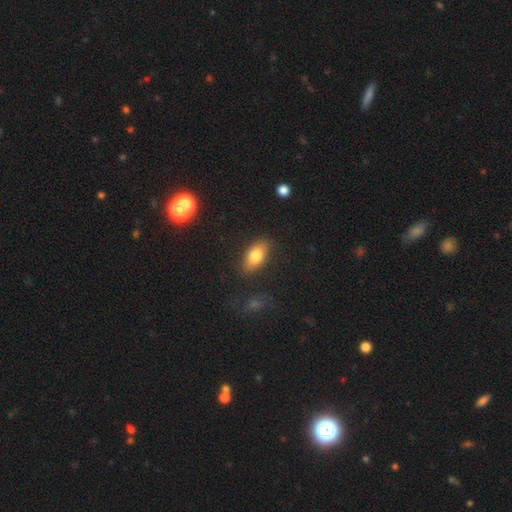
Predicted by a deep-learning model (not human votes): Smooth or featured? Predicted: smooth (p=0.77). How rounded? Predicted: in between (p=0.87). Merging? Predicted: none (p=0.85).